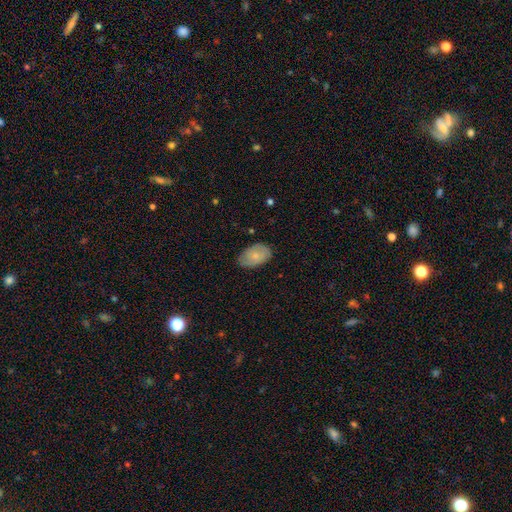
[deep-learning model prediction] Morphology: type=smooth (70%); roundness=in between (92%); merging=none (75%).